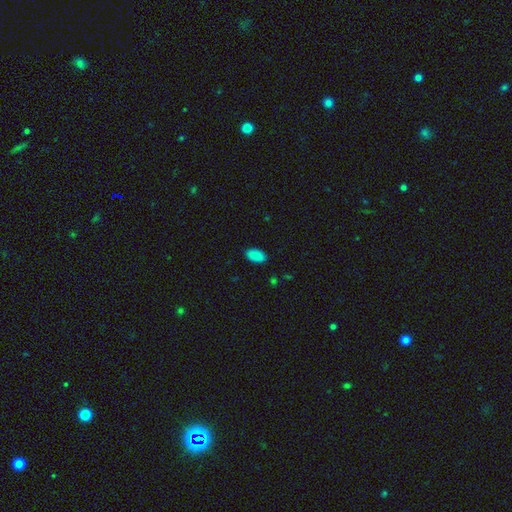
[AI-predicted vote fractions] Smooth or featured?
  - smooth: 88% *
  - star or artifact: 9%
  - featured or disk: 3%
How rounded?
  - in between: 94% *
  - round: 4%
  - cigar-shaped: 2%
Merging?
  - none: 88% *
  - minor disturbance: 9%
  - major disturbance: 2%
  - merger: 1%